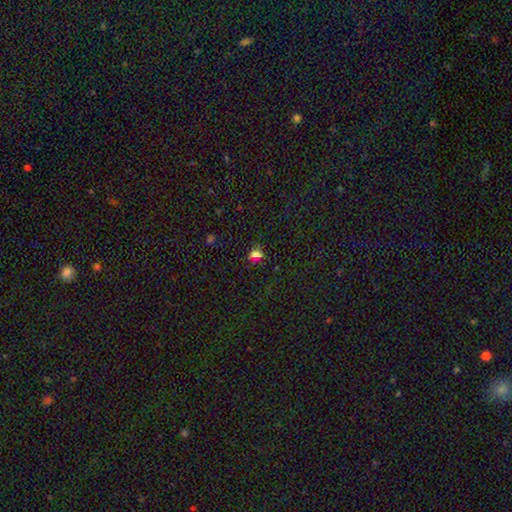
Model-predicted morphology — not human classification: This appears to be a smooth galaxy with no disk features (58%) that is round (61%). Merging: none (82%).